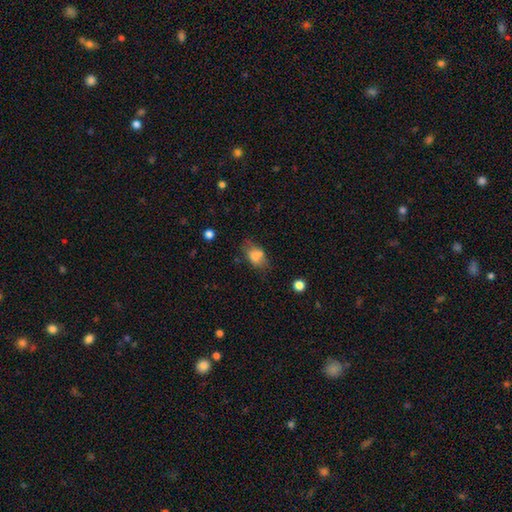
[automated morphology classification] Overall: smooth (74%). How rounded: in between (80%). Merging: none (51%; minor disturbance 21%).